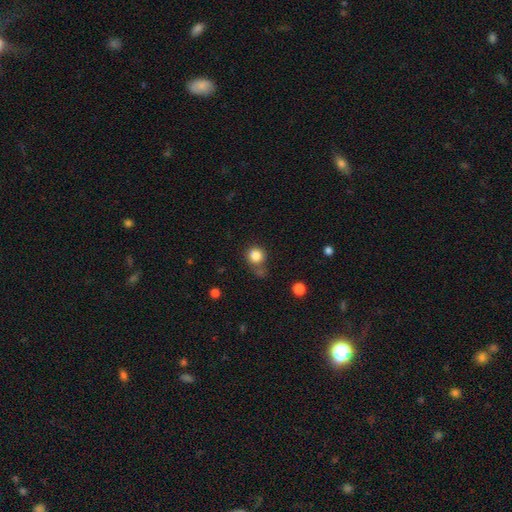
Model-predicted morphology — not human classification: Smooth or featured: smooth — 84% (star or artifact — 11%)
How rounded: round — 88% (in between — 11%)
Merging: none — 65% (minor disturbance — 17%)